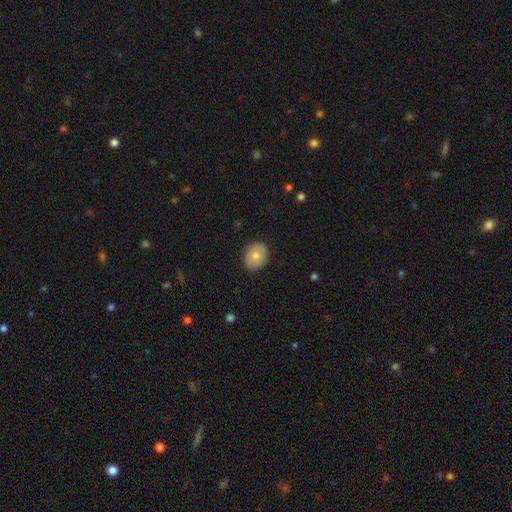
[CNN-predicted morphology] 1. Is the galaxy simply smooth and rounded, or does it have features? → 77% smooth, 16% featured or disk, 7% star or artifact.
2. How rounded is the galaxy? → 52% in between, 47% round, 1% cigar-shaped.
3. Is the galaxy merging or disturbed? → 87% none, 10% minor disturbance, 2% major disturbance, 1% merger.